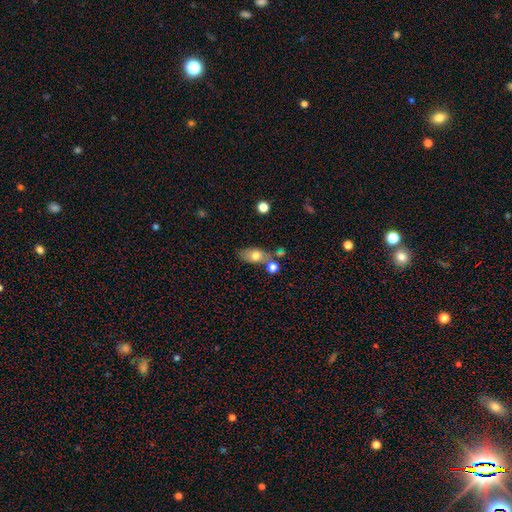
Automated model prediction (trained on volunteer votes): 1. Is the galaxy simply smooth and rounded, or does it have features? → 70% smooth, 22% featured or disk, 8% star or artifact.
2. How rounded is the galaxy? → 84% in between, 11% round, 5% cigar-shaped.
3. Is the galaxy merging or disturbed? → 55% none, 21% merger, 18% minor disturbance, 6% major disturbance.